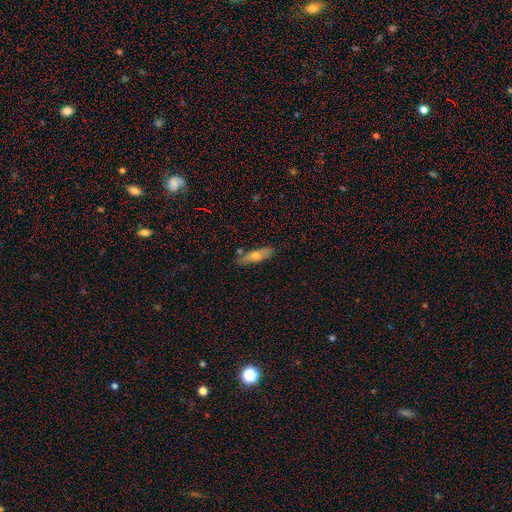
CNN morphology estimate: type=smooth (57%); roundness=cigar-shaped (57%); merging=none (80%).